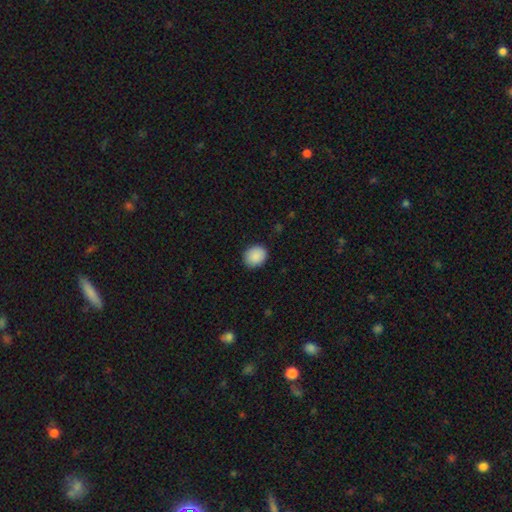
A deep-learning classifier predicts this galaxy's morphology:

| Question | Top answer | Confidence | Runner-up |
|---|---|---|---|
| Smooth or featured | smooth | 89% | star or artifact (8%) |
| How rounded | round | 62% | in between (37%) |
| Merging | none | 88% | minor disturbance (9%) |